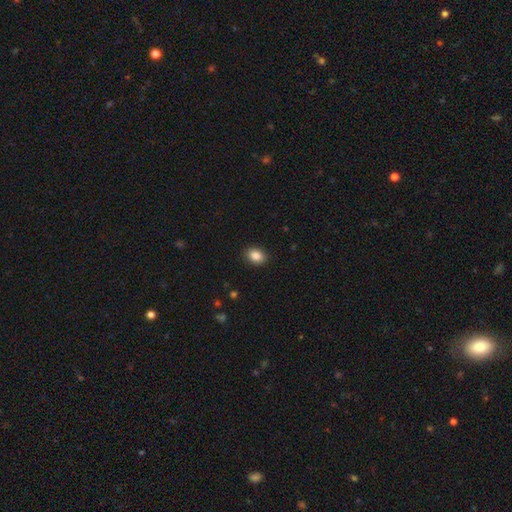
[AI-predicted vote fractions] The model was most divided on "how rounded": in between: 64%, round: 35%, cigar-shaped: 1%. More confident: merging — none (89%); smooth or featured — smooth (87%).